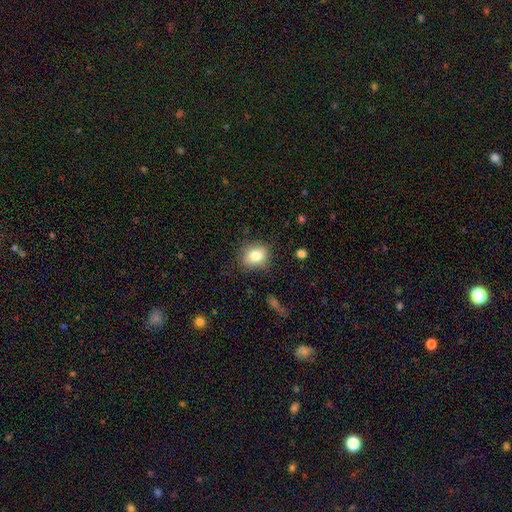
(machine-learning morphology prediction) A smooth galaxy with no disk features (81%) that is round (62%). Merging: none (82%).